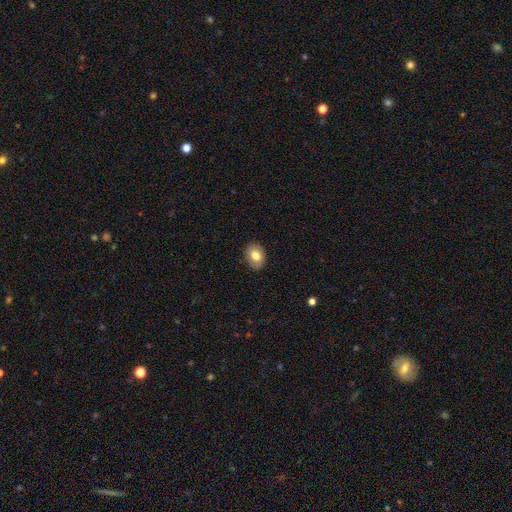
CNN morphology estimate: type=smooth (77%); roundness=in between (66%); merging=none (87%).